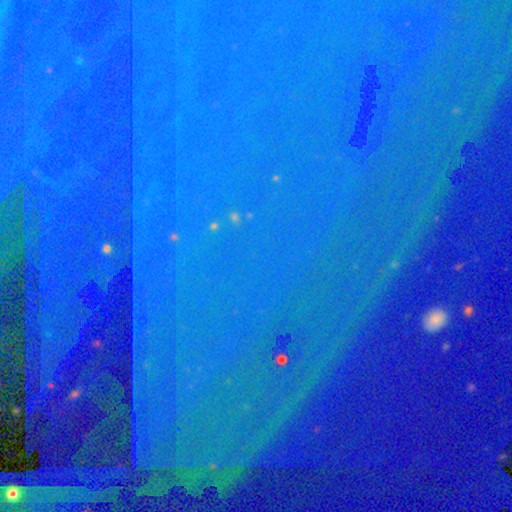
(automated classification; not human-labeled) star or artifact 85%, smooth 8%, featured or disk 7%.